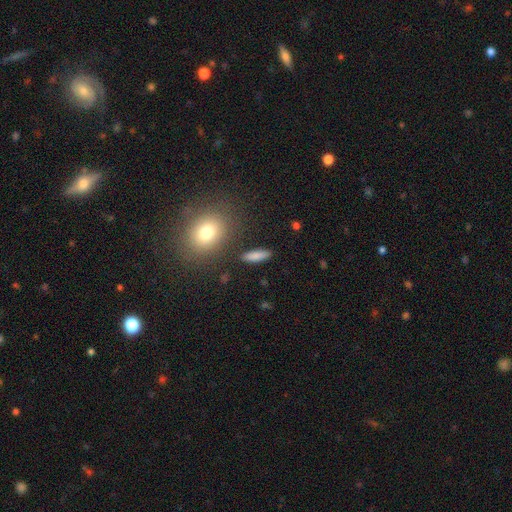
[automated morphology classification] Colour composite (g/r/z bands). It shows a smooth galaxy with no disk features (82%) that is cigar-shaped (54%). Merging: none (86%).